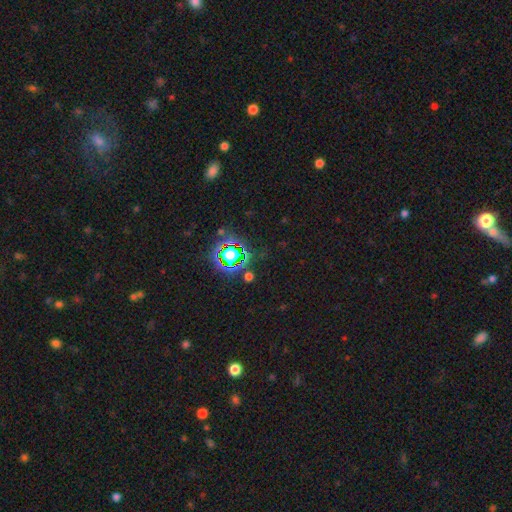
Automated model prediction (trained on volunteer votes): Morphology: type=star or artifact (81%).